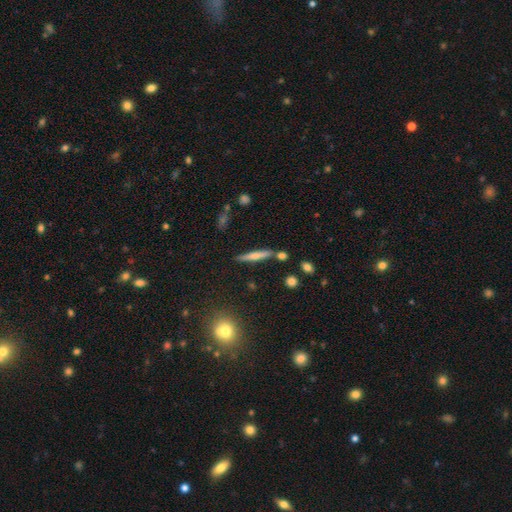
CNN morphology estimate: smooth_or_featured: smooth (p=0.52) [alt: featured or disk p=0.40]
how_rounded: cigar-shaped (p=0.90) [alt: in between p=0.07]
merging: none (p=0.80) [alt: minor disturbance p=0.11]